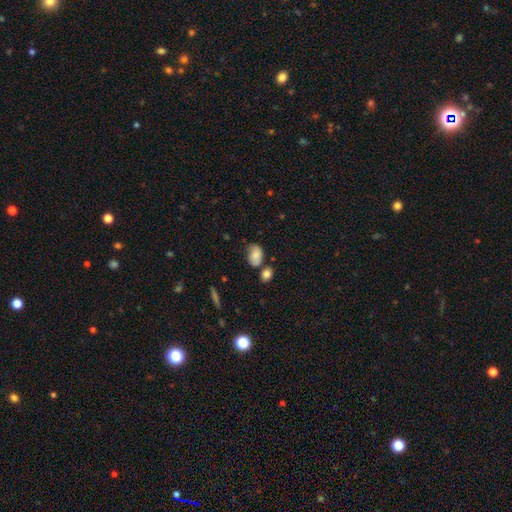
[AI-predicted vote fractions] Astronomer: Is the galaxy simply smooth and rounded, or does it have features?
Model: smooth — 78%.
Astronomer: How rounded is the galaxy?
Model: in between — 83%.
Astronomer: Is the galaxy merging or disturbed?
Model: none — 49% (runner-up: minor disturbance, 27%).